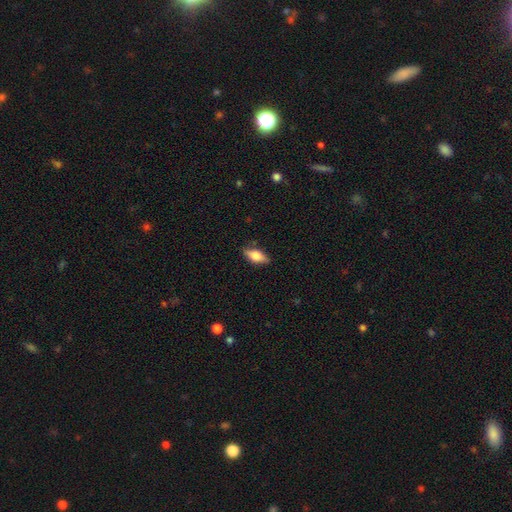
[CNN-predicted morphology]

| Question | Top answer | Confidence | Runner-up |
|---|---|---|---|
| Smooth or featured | smooth | 70% | featured or disk (24%) |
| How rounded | in between | 80% | cigar-shaped (17%) |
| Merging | none | 83% | minor disturbance (14%) |